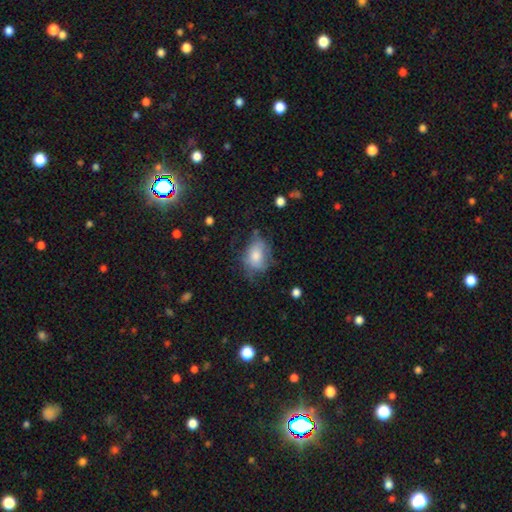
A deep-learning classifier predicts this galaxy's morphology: smooth 67%, featured or disk 23%, star or artifact 10%. Down the decision tree: how rounded — in between (72%); merging — none (50%).